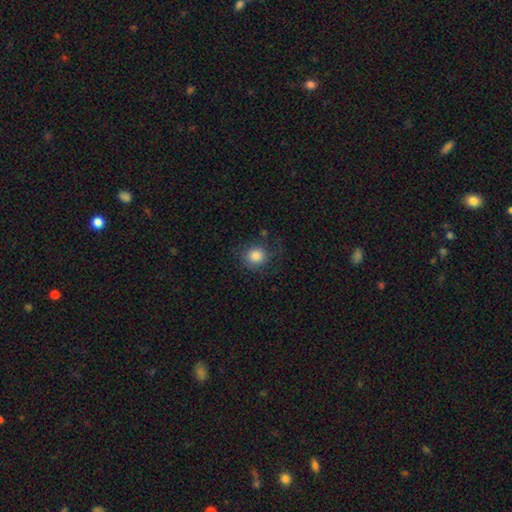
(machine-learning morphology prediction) type=smooth (84%); roundness=round (85%); merging=none (72%).